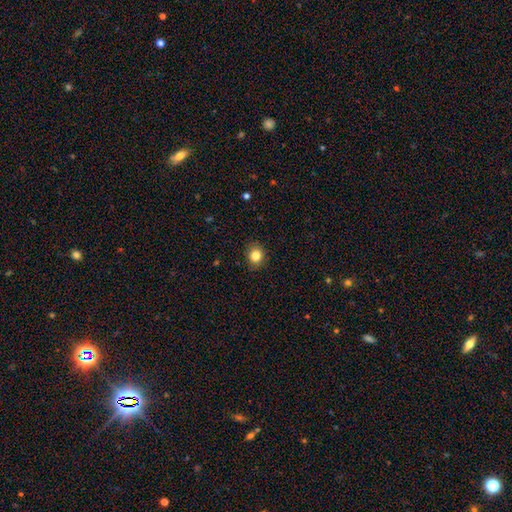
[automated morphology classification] Overall: smooth (83%). How rounded: round (77%). Merging: none (87%).